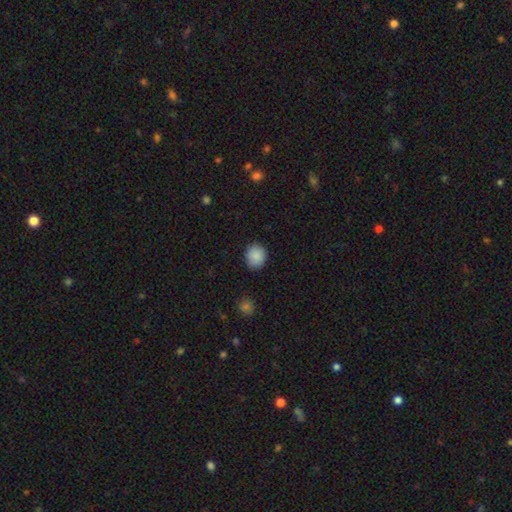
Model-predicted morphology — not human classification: smooth 88%, star or artifact 8%, featured or disk 3%. Down the decision tree: how rounded — round (79%); merging — none (86%).